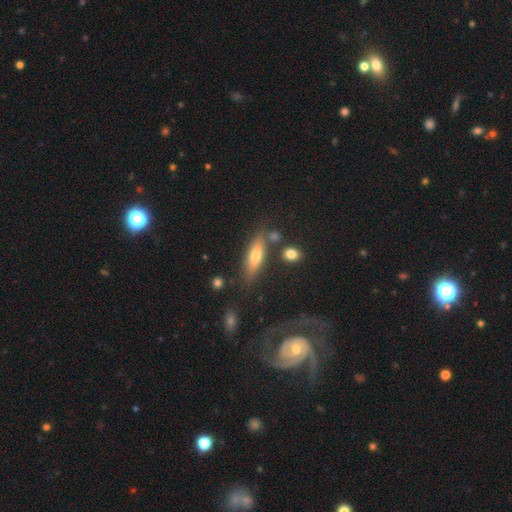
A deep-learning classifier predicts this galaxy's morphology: smooth_or_featured: smooth (p=0.54) [alt: featured or disk p=0.37]
how_rounded: cigar-shaped (p=0.51) [alt: in between p=0.45]
merging: none (p=0.68) [alt: minor disturbance p=0.16]